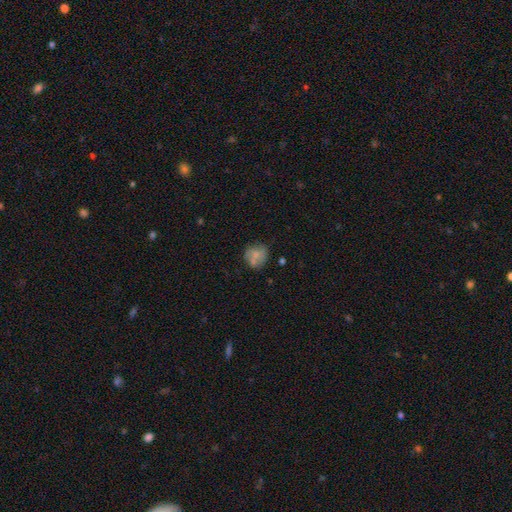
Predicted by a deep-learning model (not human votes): Overall: smooth (60%; featured or disk 30%). How rounded: round (75%). Merging: none (56%; minor disturbance 22%).